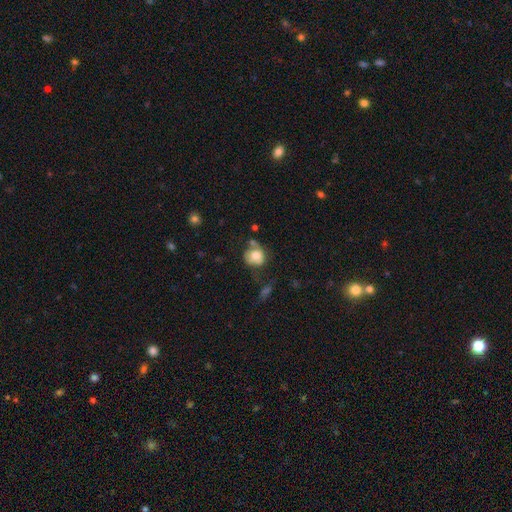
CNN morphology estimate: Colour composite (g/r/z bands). It shows a smooth galaxy with no disk features (70%) that is round (71%). Merging: none (40%).